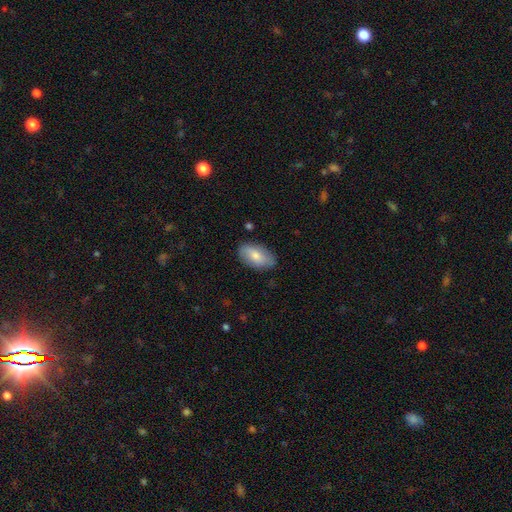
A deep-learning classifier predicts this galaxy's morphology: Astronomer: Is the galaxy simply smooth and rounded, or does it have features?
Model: smooth — 71%.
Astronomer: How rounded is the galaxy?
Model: in between — 92%.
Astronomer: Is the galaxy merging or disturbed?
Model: none — 83%.